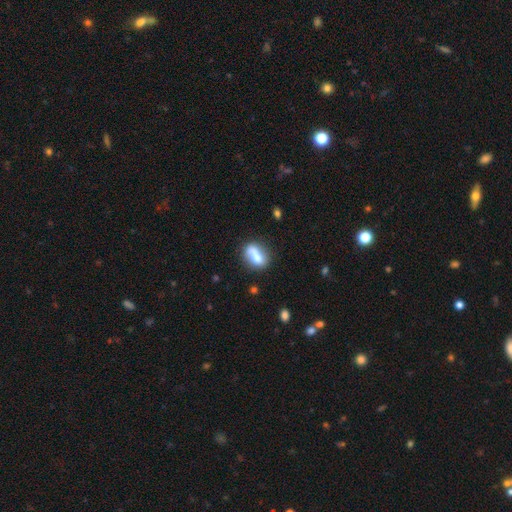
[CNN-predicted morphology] Smooth or featured?
  - smooth: 69% *
  - featured or disk: 23%
  - star or artifact: 8%
How rounded?
  - in between: 73% *
  - round: 21%
  - cigar-shaped: 6%
Merging?
  - none: 43% *
  - merger: 30%
  - minor disturbance: 18%
  - major disturbance: 8%